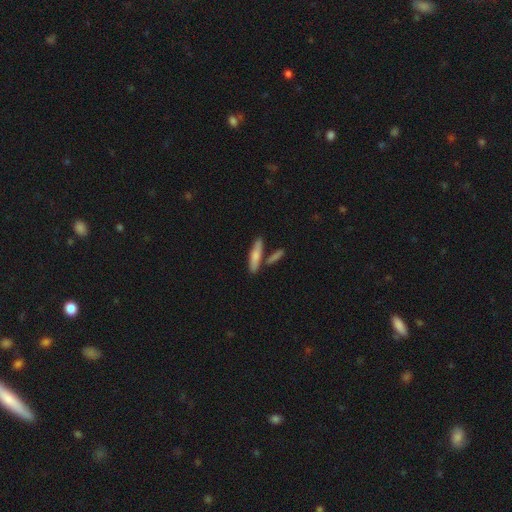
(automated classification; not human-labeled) Overall: smooth (69%). How rounded: cigar-shaped (80%). Merging: none (72%).